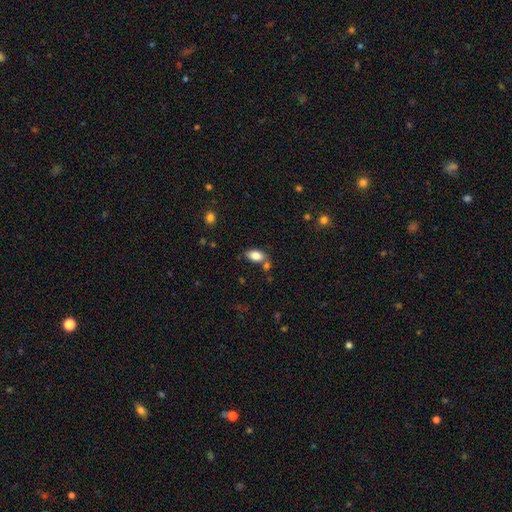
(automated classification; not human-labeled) smooth 83%, featured or disk 9%, star or artifact 8%. Down the decision tree: how rounded — in between (92%); merging — none (67%).